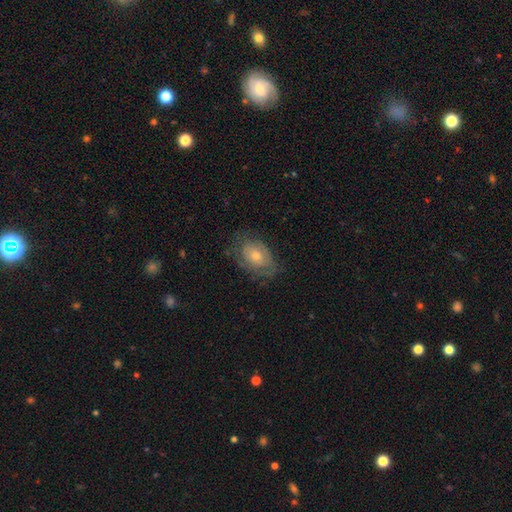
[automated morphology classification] Smooth or featured?
  - featured or disk: 48% *
  - smooth: 42%
  - star or artifact: 9%
Merging?
  - none: 66% *
  - minor disturbance: 22%
  - major disturbance: 10%
  - merger: 1%